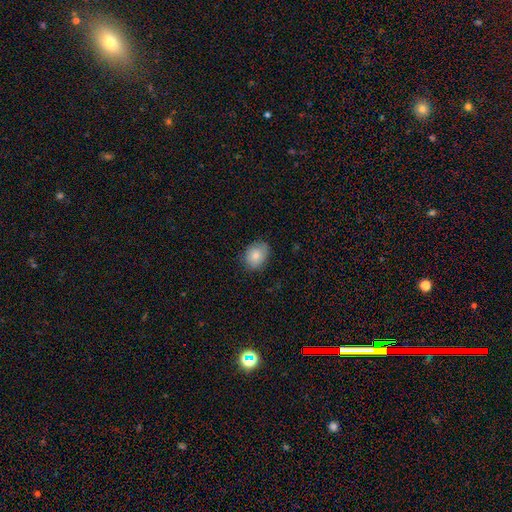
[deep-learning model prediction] Morphology: type=smooth (82%); roundness=in between (55%); merging=none (77%).